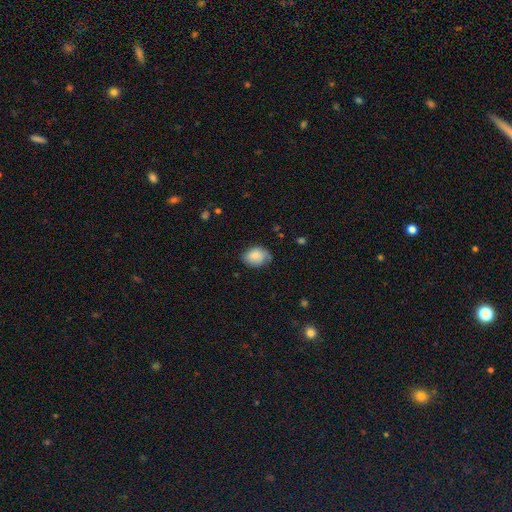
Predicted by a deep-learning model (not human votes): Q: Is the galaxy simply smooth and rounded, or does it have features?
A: smooth — 80%.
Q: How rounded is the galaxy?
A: in between — 73%.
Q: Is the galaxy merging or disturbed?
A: none — 61%.